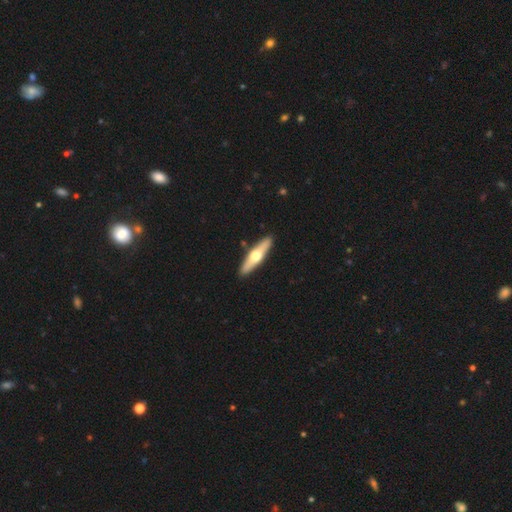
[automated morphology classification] A featured or disk galaxy (56%) viewed edge-on (92%) with a rounded central bulge (95%). Merging: none (91%).